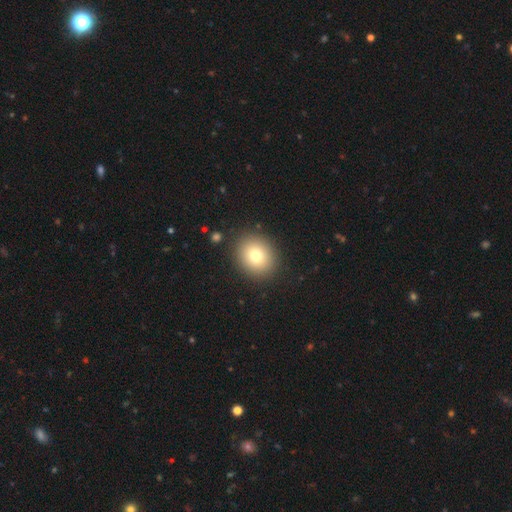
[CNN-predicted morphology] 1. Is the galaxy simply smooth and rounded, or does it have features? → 77% smooth, 12% star or artifact, 11% featured or disk.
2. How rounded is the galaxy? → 74% round, 25% in between, 1% cigar-shaped.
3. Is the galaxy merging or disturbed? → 89% none, 7% minor disturbance, 3% major disturbance, 2% merger.